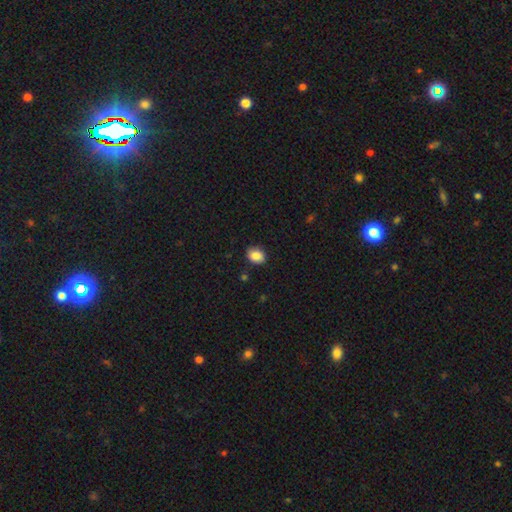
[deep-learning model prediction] Smooth or featured? smooth (86%)
How rounded? in between (56%)
Merging? none (85%)